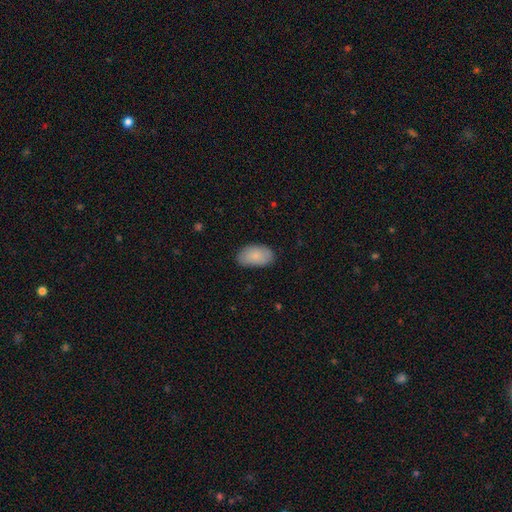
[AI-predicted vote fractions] Overall: smooth (84%). How rounded: in between (94%). Merging: none (80%).